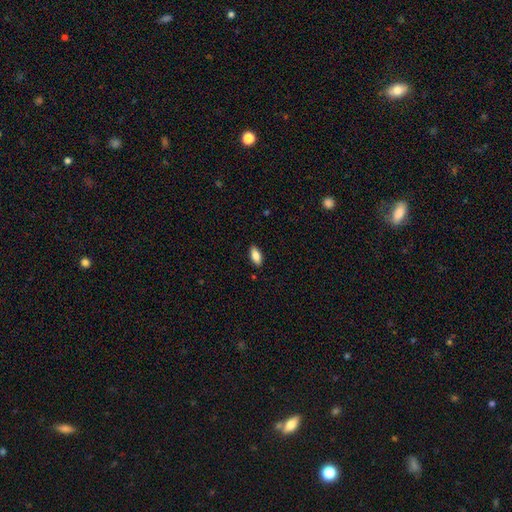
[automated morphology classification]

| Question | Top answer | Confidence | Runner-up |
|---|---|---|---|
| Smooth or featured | smooth | 84% | featured or disk (9%) |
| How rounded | in between | 85% | cigar-shaped (12%) |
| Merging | none | 88% | minor disturbance (9%) |